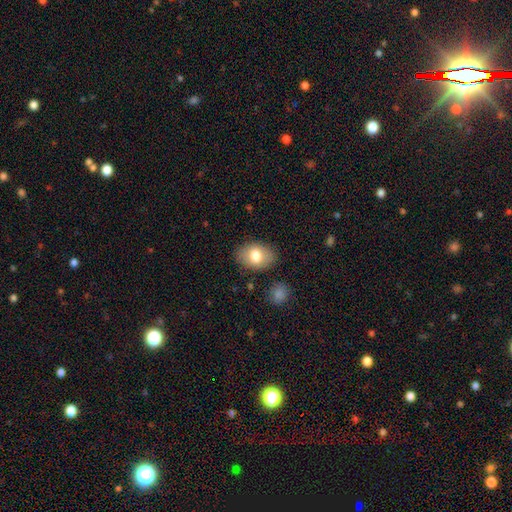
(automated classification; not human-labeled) A smooth galaxy with no disk features (77%) that is in between round and cigar-shaped (82%). Merging: none (84%).